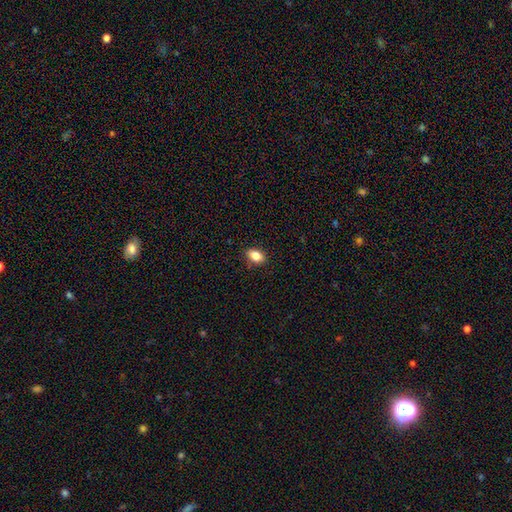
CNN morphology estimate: The model was most divided on "how rounded": in between: 85%, round: 13%, cigar-shaped: 2%. More confident: merging — none (84%); smooth or featured — smooth (84%).